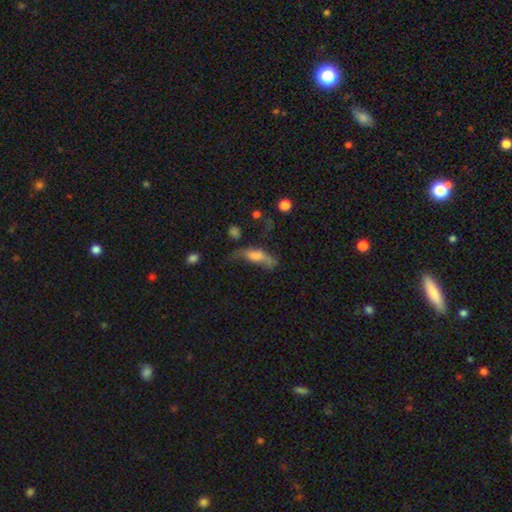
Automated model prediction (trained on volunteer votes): Smooth or featured? Predicted: smooth (p=0.55). How rounded? Predicted: in between (p=0.61). Merging? Predicted: major disturbance (p=0.40).